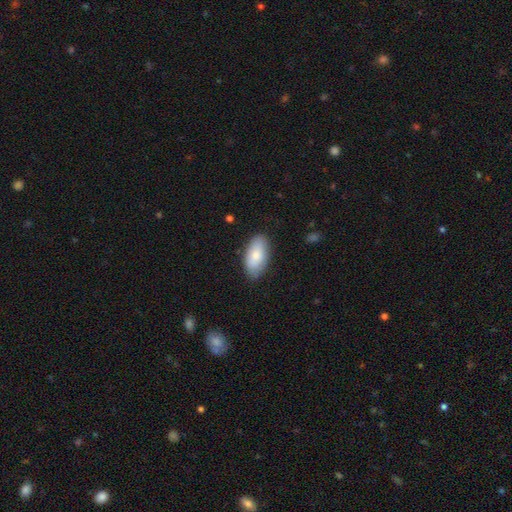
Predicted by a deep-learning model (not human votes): Smooth or featured? Predicted: smooth (p=0.81). How rounded? Predicted: in between (p=0.93). Merging? Predicted: none (p=0.83).